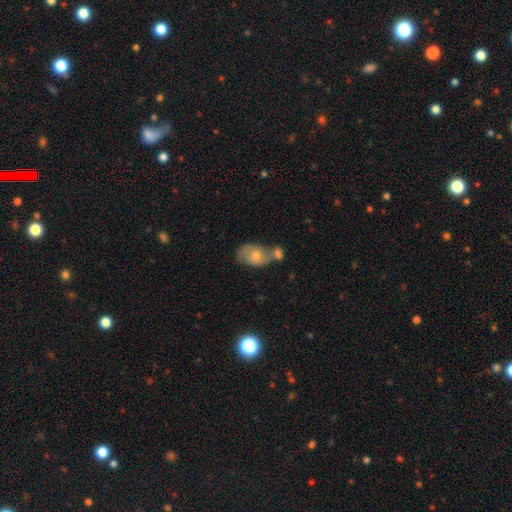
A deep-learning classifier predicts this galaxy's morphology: Q: Smooth or featured?
A: smooth (59%); runner-up: featured or disk (33%)
Q: How rounded?
A: in between (84%); runner-up: round (15%)
Q: Merging?
A: merger (49%); runner-up: none (27%)